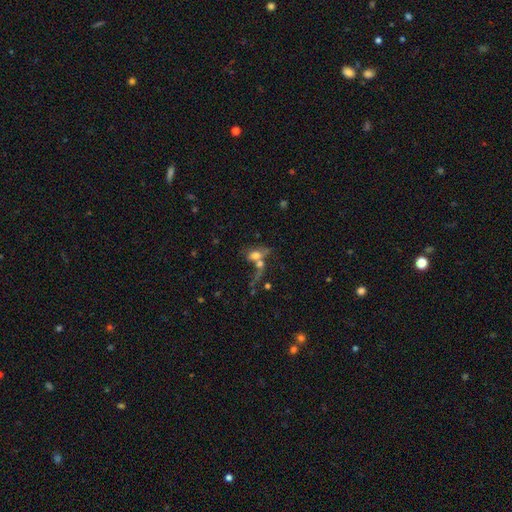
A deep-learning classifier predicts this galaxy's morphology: A smooth galaxy with no disk features (61%) that is in between round and cigar-shaped (74%). Merging: merger (52%).